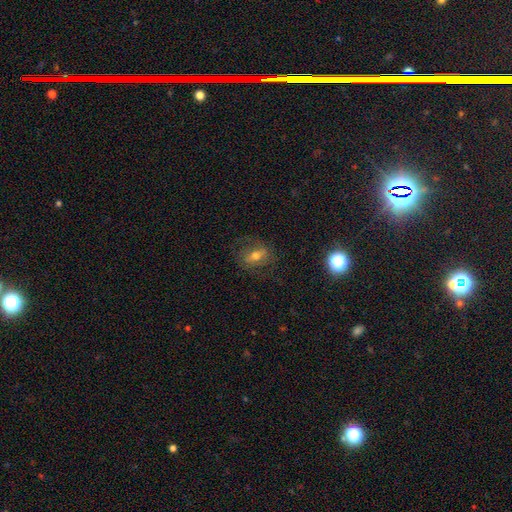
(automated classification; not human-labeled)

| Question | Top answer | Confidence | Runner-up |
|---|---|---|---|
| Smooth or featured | featured or disk | 46% | smooth (39%) |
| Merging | none | 71% | minor disturbance (17%) |